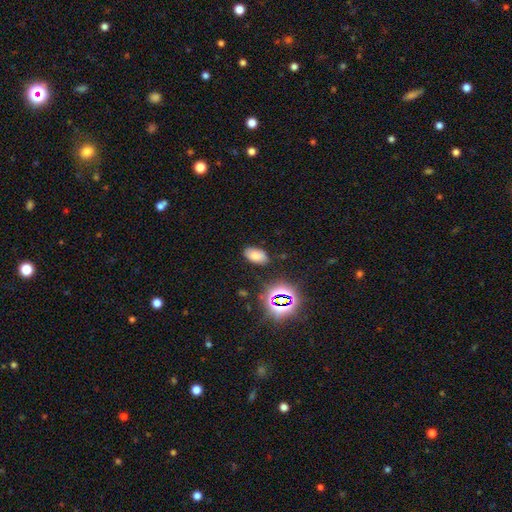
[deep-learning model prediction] This appears to be a smooth galaxy with no disk features (71%) that is in between round and cigar-shaped (92%). Merging: none (84%).